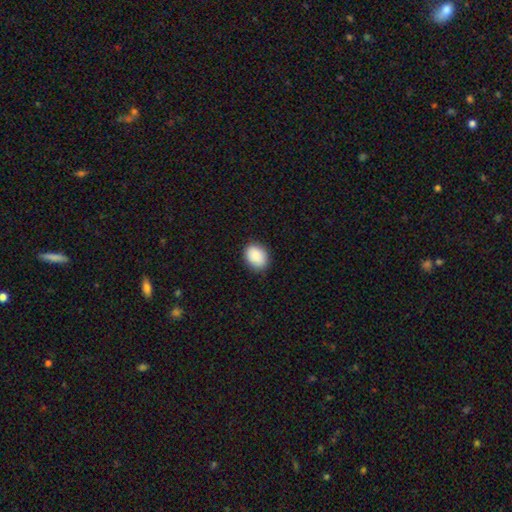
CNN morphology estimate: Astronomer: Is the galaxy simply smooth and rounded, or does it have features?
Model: smooth — 89%.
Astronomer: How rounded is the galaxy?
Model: in between — 64%.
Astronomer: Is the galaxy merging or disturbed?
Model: none — 86%.